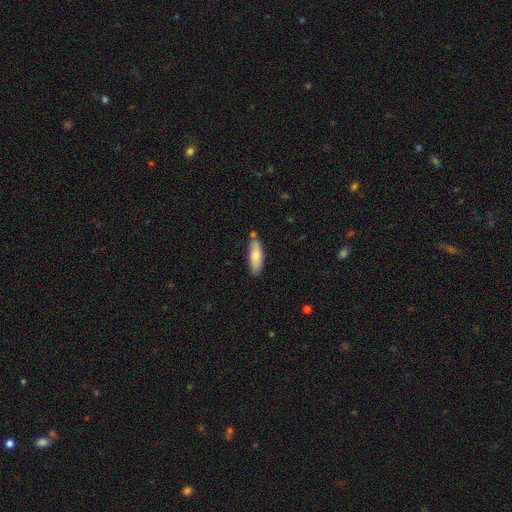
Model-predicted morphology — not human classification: Smooth or featured? Predicted: smooth (p=0.77). How rounded? Predicted: in between (p=0.52). Merging? Predicted: none (p=0.70).